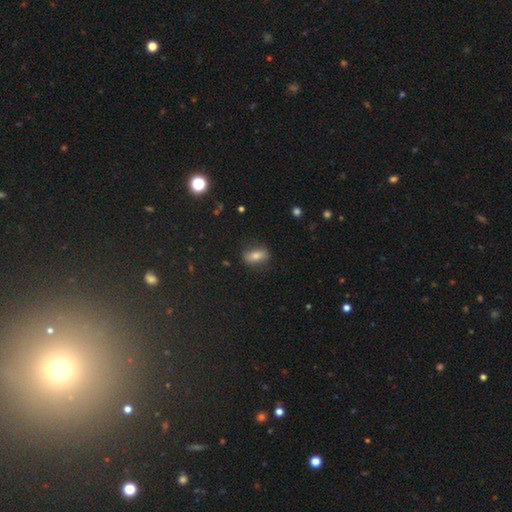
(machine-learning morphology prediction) This is likely a smooth galaxy (66%). How rounded: likely in between (77%). Merging: clearly none (81%).